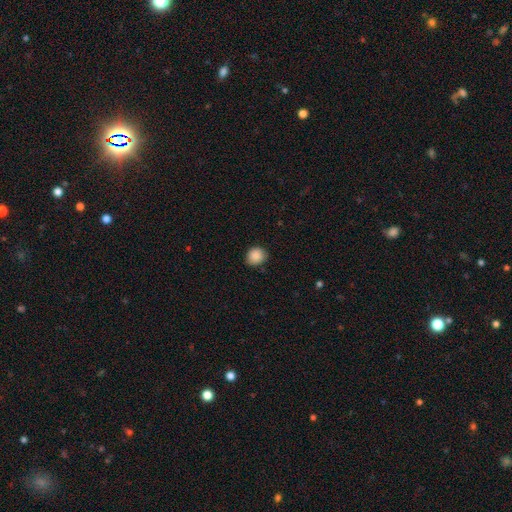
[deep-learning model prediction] Morphology: type=smooth (88%); roundness=round (80%); merging=none (84%).